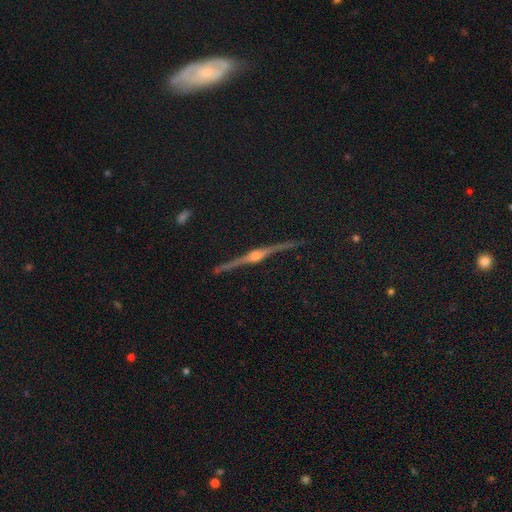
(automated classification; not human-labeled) Smooth or featured: featured or disk — 89% (star or artifact — 6%)
Edge-on disk: yes — 98% (no — 2%)
Edge-on bulge: rounded — 92% (boxy — 6%)
Merging: none — 89% (minor disturbance — 8%)